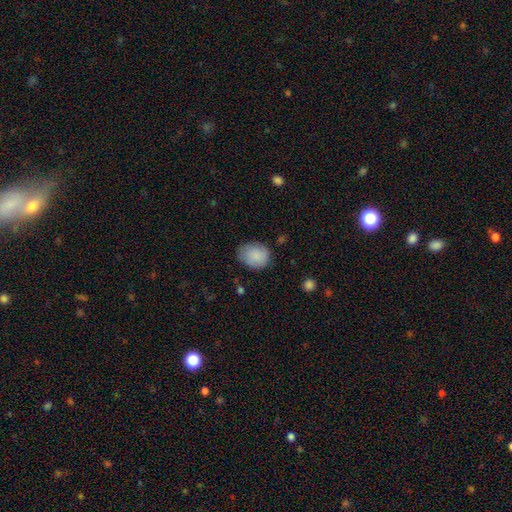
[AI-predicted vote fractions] Q: Smooth or featured?
A: smooth (87%); runner-up: star or artifact (7%)
Q: How rounded?
A: round (56%); runner-up: in between (43%)
Q: Merging?
A: none (73%); runner-up: minor disturbance (21%)